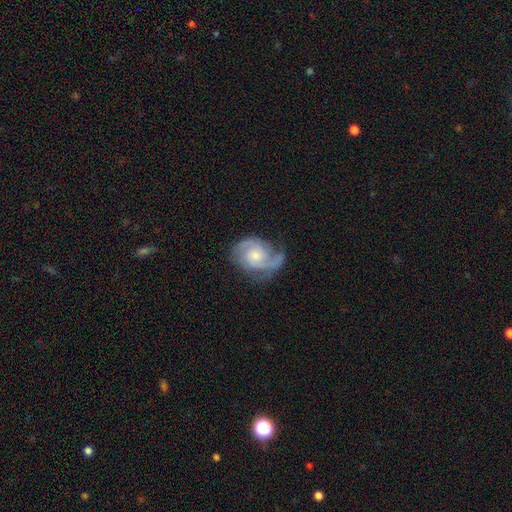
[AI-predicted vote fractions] Smooth or featured?
  - featured or disk: 84% *
  - smooth: 10%
  - star or artifact: 5%
Edge-on disk?
  - no: 98% *
  - yes: 2%
Bar?
  - no: 68% *
  - weak: 28%
  - strong: 4%
Spiral arms?
  - yes: 97% *
  - no: 3%
Spiral winding?
  - medium: 49% *
  - tight: 35%
  - loose: 17%
Spiral arm count?
  - 2: 81% *
  - can't tell: 6%
  - 1: 5%
  - 3: 5%
  - 4: 2%
  - more than 4: 2%
Bulge size?
  - moderate: 46% *
  - small: 41%
  - large: 6%
  - none: 5%
  - dominant: 1%
Merging?
  - none: 62% *
  - minor disturbance: 23%
  - major disturbance: 13%
  - merger: 2%